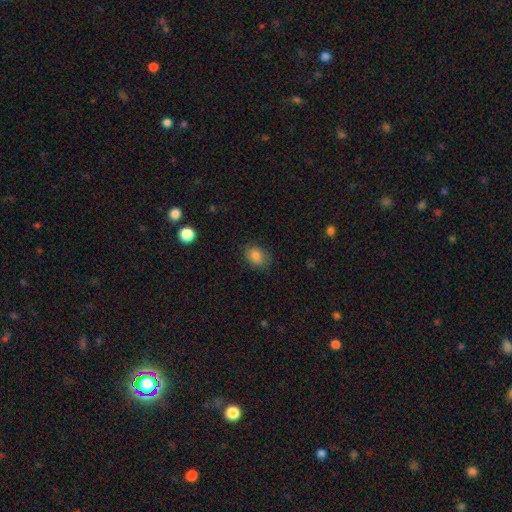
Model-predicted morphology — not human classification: Smooth or featured?
  - smooth: 84% *
  - star or artifact: 9%
  - featured or disk: 7%
How rounded?
  - in between: 63% *
  - round: 36%
  - cigar-shaped: 1%
Merging?
  - none: 78% *
  - minor disturbance: 17%
  - major disturbance: 4%
  - merger: 1%